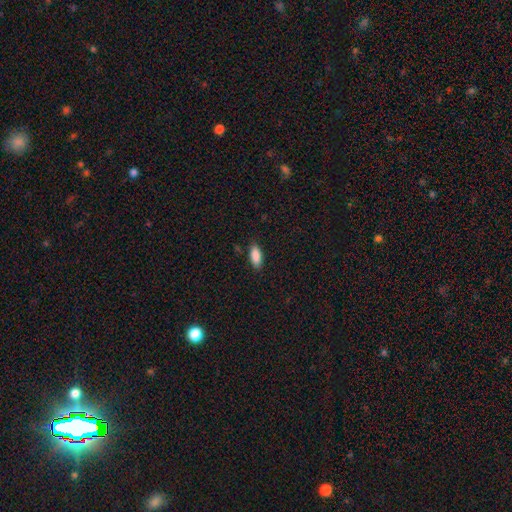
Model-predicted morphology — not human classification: smooth_or_featured: smooth (p=0.89) [alt: star or artifact p=0.07]
how_rounded: in between (p=0.86) [alt: cigar-shaped p=0.12]
merging: none (p=0.85) [alt: minor disturbance p=0.11]